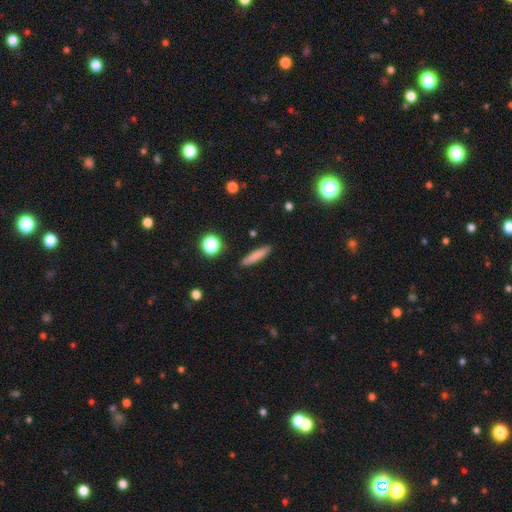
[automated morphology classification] Smooth or featured?
  - smooth: 79% *
  - featured or disk: 12%
  - star or artifact: 9%
How rounded?
  - cigar-shaped: 88% *
  - in between: 10%
  - round: 2%
Merging?
  - none: 88% *
  - minor disturbance: 8%
  - major disturbance: 2%
  - merger: 2%